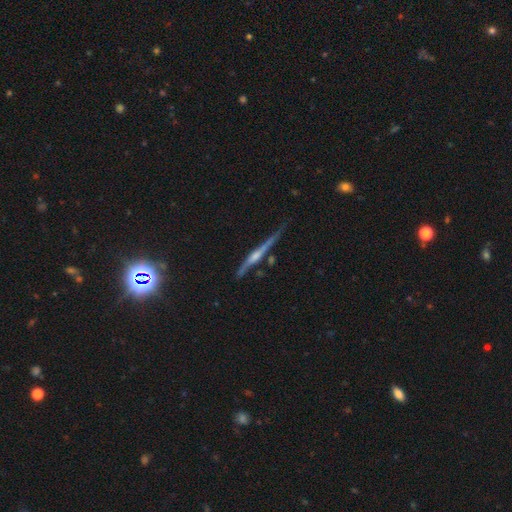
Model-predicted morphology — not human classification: Overall: featured or disk (79%). Edge-on disk: yes (96%). Edge-on bulge: rounded (64%). Merging: none (70%).